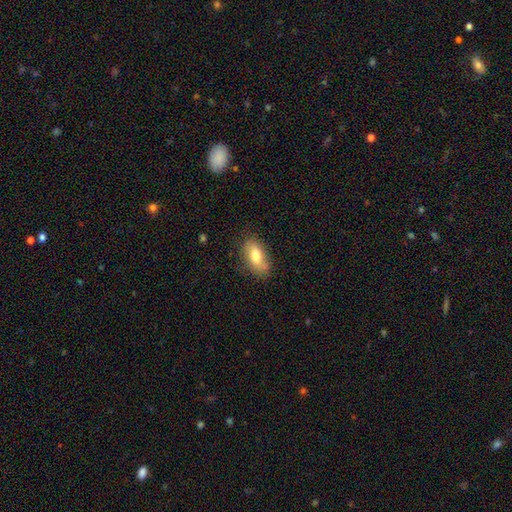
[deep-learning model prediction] A smooth galaxy with no disk features (71%) that is in between round and cigar-shaped (88%). Merging: none (74%).